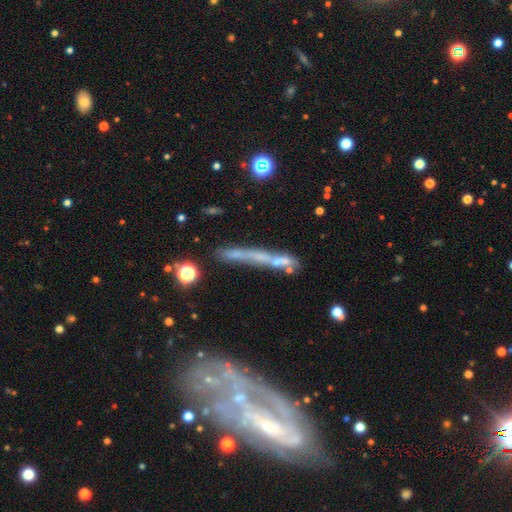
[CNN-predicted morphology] Smooth or featured: featured or disk — 43% (smooth — 40%)
Merging: none — 47% (merger — 26%)